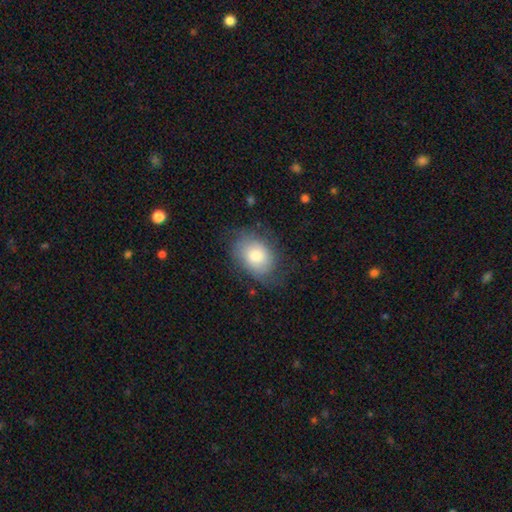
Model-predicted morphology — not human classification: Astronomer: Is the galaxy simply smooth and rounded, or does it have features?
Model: smooth — 64%.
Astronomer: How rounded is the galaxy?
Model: in between — 68%.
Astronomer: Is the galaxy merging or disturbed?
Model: none — 61%.